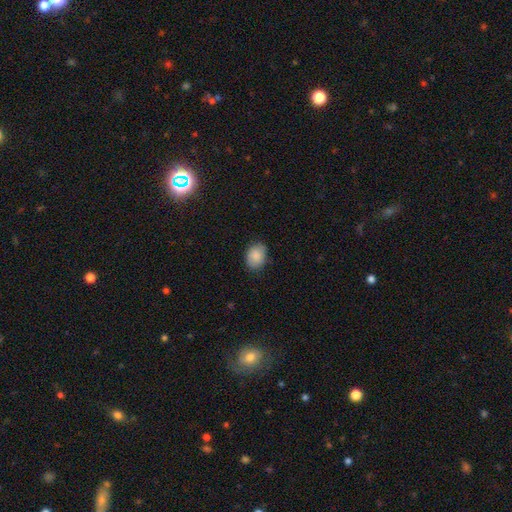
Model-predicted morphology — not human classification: The model was most divided on "how rounded": in between: 67%, round: 32%, cigar-shaped: 1%. More confident: smooth or featured — smooth (86%); merging — none (80%).